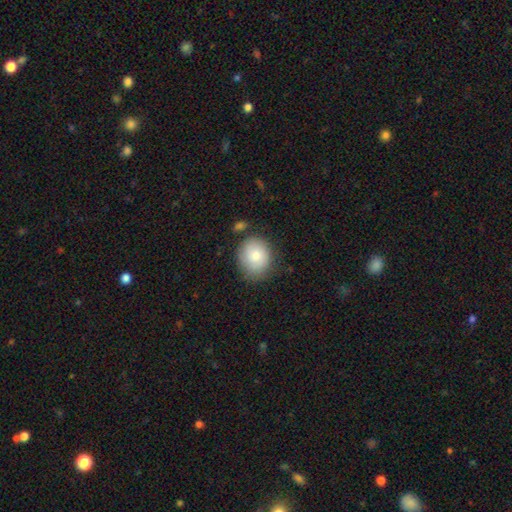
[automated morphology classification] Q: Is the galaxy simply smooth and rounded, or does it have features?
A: smooth — 80%.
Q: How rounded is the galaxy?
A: round — 65%.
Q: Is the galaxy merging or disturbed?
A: none — 72%.